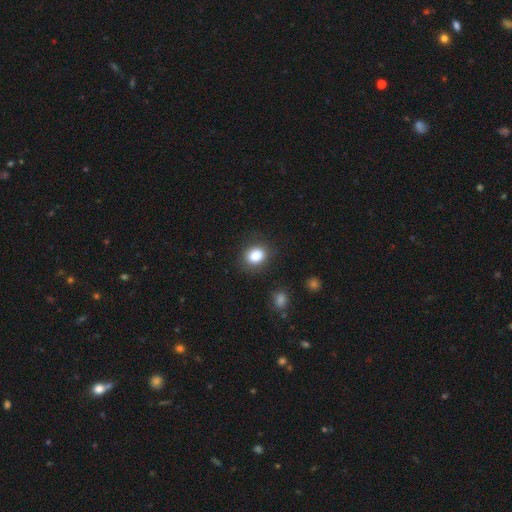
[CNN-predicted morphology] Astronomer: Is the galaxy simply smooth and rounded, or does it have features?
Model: smooth — 85%.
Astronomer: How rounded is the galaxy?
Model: round — 51% (runner-up: in between, 48%).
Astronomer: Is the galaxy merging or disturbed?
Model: none — 82%.